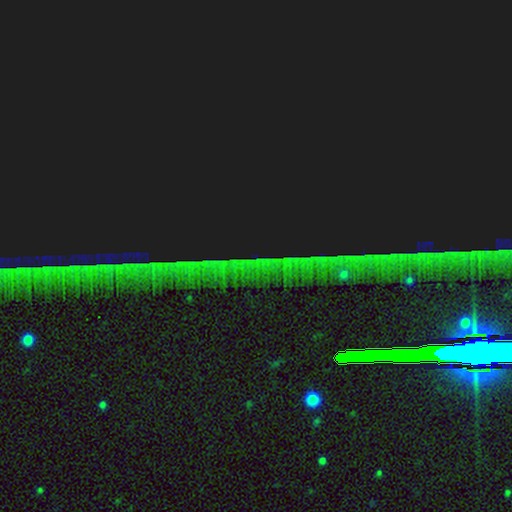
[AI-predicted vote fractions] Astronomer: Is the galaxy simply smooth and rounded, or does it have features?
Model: star or artifact — 84%.